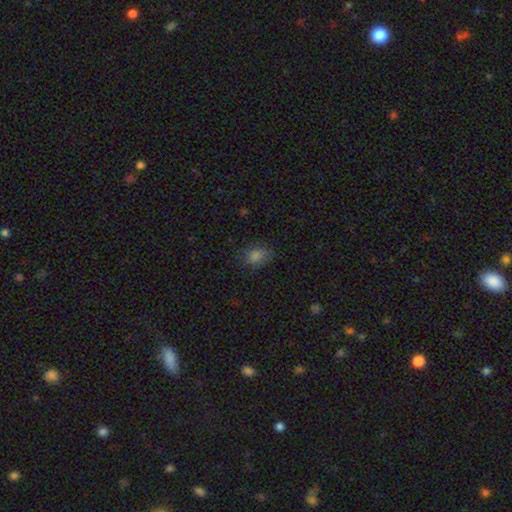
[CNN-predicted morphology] smooth 79%, star or artifact 15%, featured or disk 6%. Down the decision tree: how rounded — in between (67%); merging — none (79%).